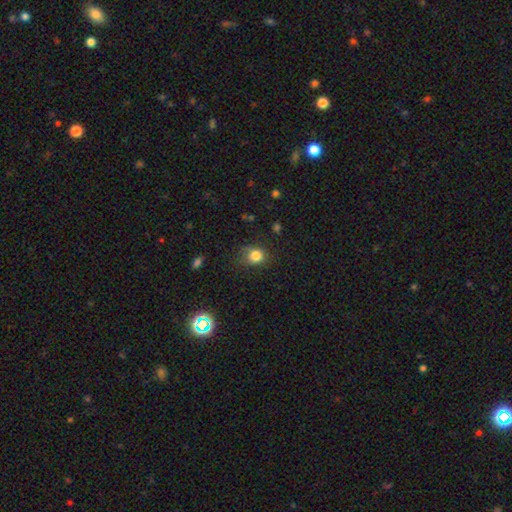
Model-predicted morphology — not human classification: Overall: smooth (82%). How rounded: round (70%). Merging: none (66%).